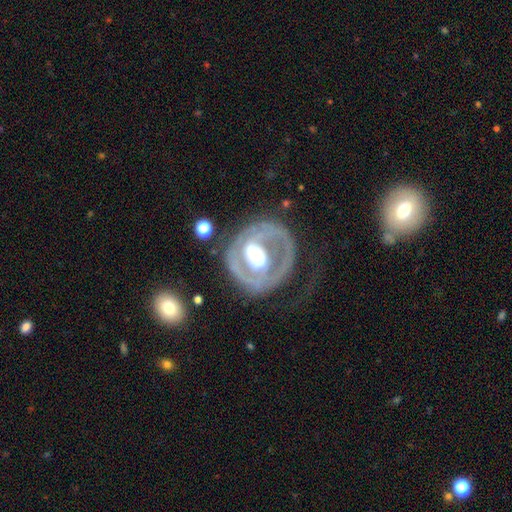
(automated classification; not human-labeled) Smooth or featured: featured or disk — 78% (smooth — 17%)
Edge-on disk: no — 97% (yes — 3%)
Bar: no — 65% (weak — 22%)
Spiral arms: yes — 58% (no — 42%)
Bulge size: moderate — 53% (small — 27%)
Merging: none — 52% (major disturbance — 26%)